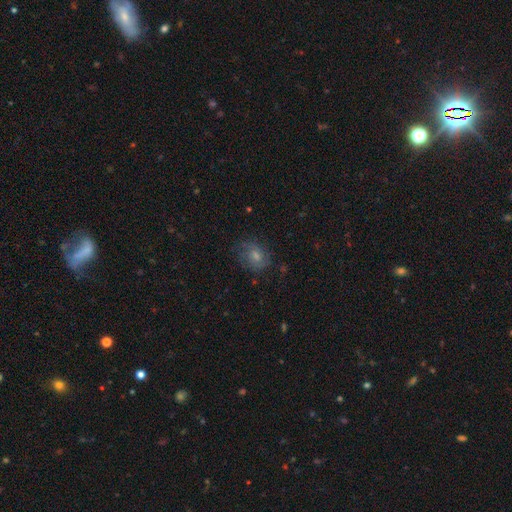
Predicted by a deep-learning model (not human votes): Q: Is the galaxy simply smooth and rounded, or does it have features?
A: featured or disk — 46%.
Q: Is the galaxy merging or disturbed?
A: none — 74%.